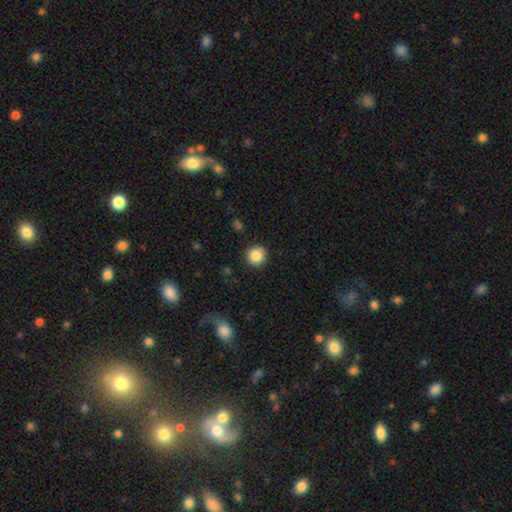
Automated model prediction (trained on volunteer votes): A smooth galaxy with no disk features (85%) that is round (94%). Merging: none (90%).